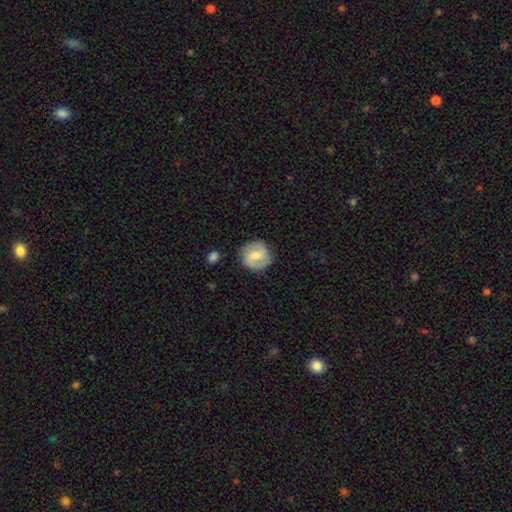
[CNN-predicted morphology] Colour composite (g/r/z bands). It shows a featured or disk galaxy (49%). Merging: none (82%).